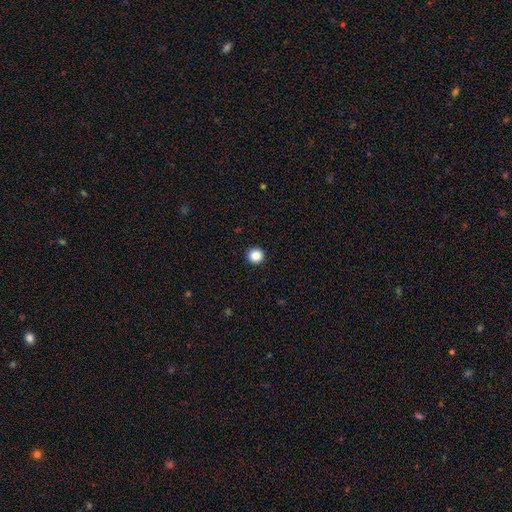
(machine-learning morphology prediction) smooth_or_featured: smooth (p=0.86) [alt: star or artifact p=0.10]
how_rounded: round (p=0.94) [alt: in between p=0.05]
merging: none (p=0.93) [alt: minor disturbance p=0.04]